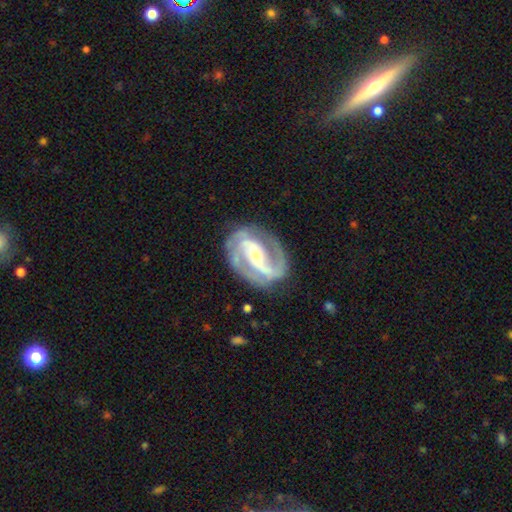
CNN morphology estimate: Smooth or featured: featured or disk — 90% (smooth — 5%)
Edge-on disk: no — 97% (yes — 3%)
Bar: strong — 52% (weak — 29%)
Spiral arms: yes — 96% (no — 4%)
Spiral winding: medium — 51% (tight — 33%)
Spiral arm count: 2 — 86% (3 — 5%)
Bulge size: small — 61% (moderate — 33%)
Merging: none — 76% (minor disturbance — 15%)